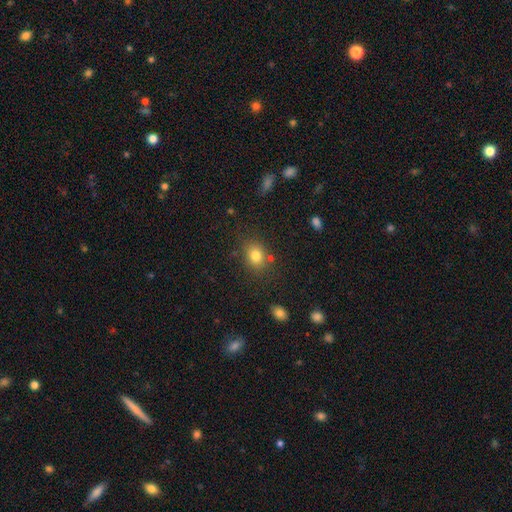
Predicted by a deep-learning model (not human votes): Morphology: type=smooth (80%); roundness=round (54%); merging=none (78%).